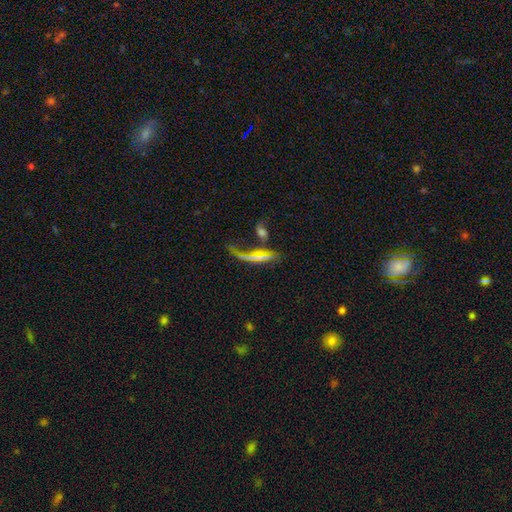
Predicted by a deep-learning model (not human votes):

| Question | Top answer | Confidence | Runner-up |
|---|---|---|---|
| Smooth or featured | featured or disk | 50% | smooth (32%) |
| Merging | none | 35% | merger (28%) |